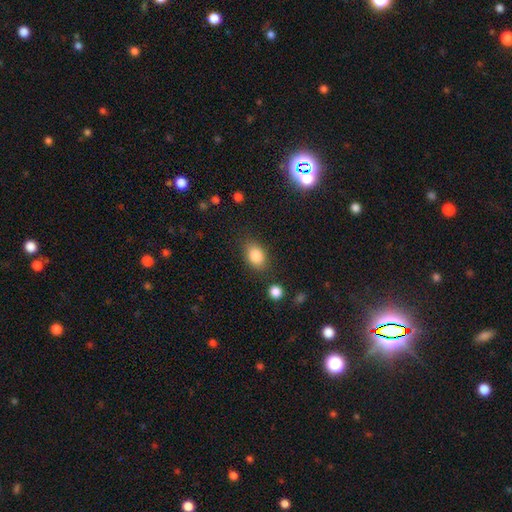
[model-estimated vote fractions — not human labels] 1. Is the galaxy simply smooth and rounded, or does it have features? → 85% smooth, 9% star or artifact, 7% featured or disk.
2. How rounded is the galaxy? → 77% in between, 21% round, 1% cigar-shaped.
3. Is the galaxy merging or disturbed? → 79% none, 14% minor disturbance, 4% major disturbance, 3% merger.